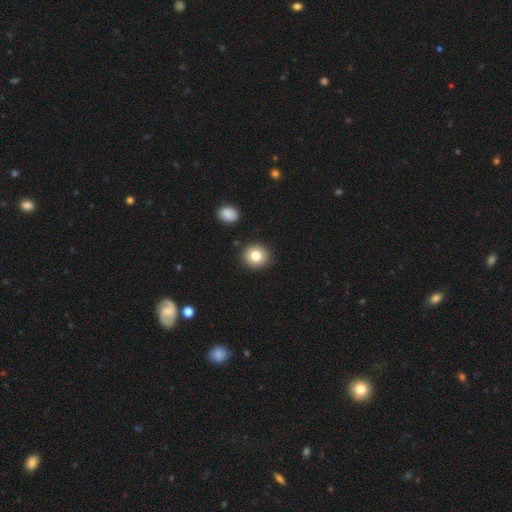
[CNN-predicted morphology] smooth 81%, star or artifact 10%, featured or disk 9%. Down the decision tree: how rounded — round (88%); merging — none (89%).